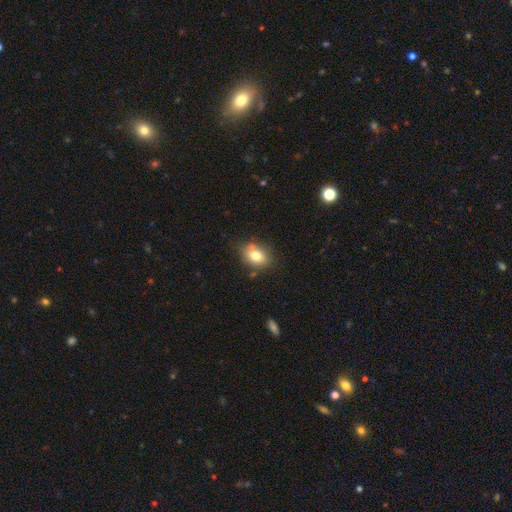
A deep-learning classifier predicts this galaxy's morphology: A smooth galaxy with no disk features (78%) that is in between round and cigar-shaped (67%). Merging: none (73%).